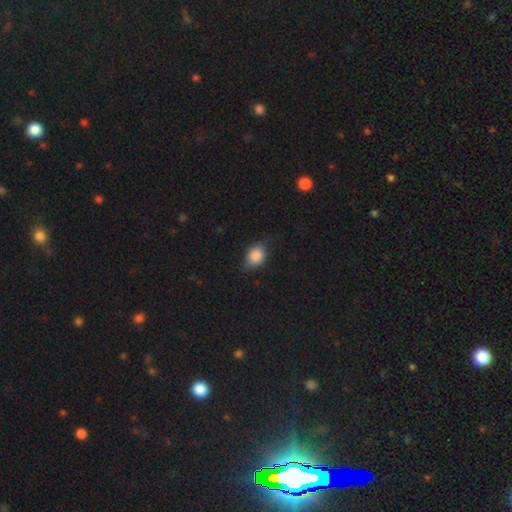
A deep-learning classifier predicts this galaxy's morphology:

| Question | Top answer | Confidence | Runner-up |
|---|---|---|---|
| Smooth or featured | smooth | 84% | star or artifact (8%) |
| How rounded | in between | 66% | round (32%) |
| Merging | none | 70% | minor disturbance (24%) |